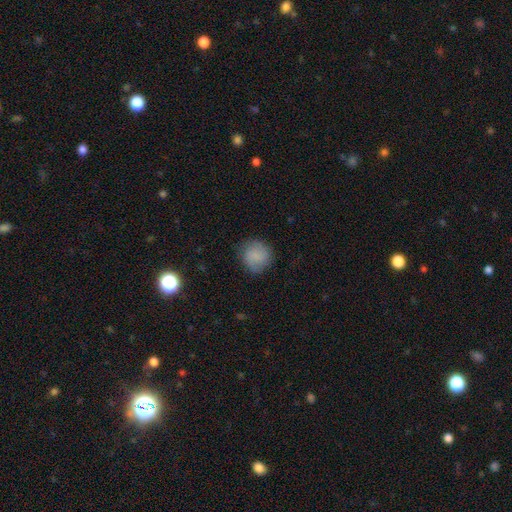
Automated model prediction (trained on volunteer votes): Smooth or featured?
  - smooth: 79% *
  - featured or disk: 14%
  - star or artifact: 7%
How rounded?
  - round: 90% *
  - in between: 9%
  - cigar-shaped: 1%
Merging?
  - none: 80% *
  - minor disturbance: 14%
  - major disturbance: 4%
  - merger: 1%